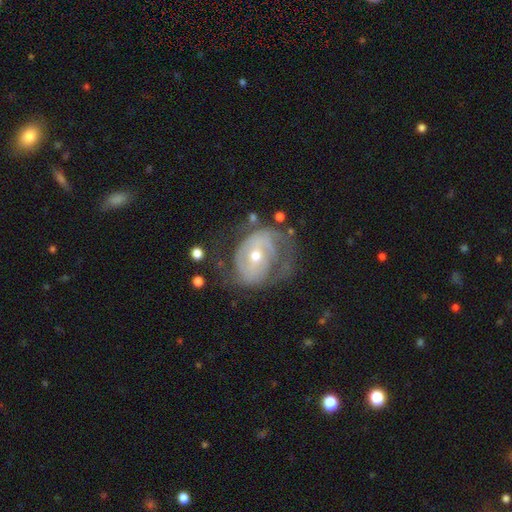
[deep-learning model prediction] Smooth or featured?
  - featured or disk: 79% *
  - smooth: 15%
  - star or artifact: 6%
Edge-on disk?
  - no: 96% *
  - yes: 4%
Bar?
  - no: 46% *
  - weak: 37%
  - strong: 17%
Spiral arms?
  - yes: 80% *
  - no: 20%
Spiral winding?
  - tight: 47% *
  - medium: 35%
  - loose: 18%
Spiral arm count?
  - 2: 47% *
  - can't tell: 27%
  - 1: 14%
  - 3: 7%
  - 4: 2%
  - more than 4: 2%
Bulge size?
  - moderate: 56% *
  - small: 40%
  - large: 2%
  - none: 1%
  - dominant: 1%
Merging?
  - none: 45% *
  - major disturbance: 28%
  - minor disturbance: 24%
  - merger: 3%